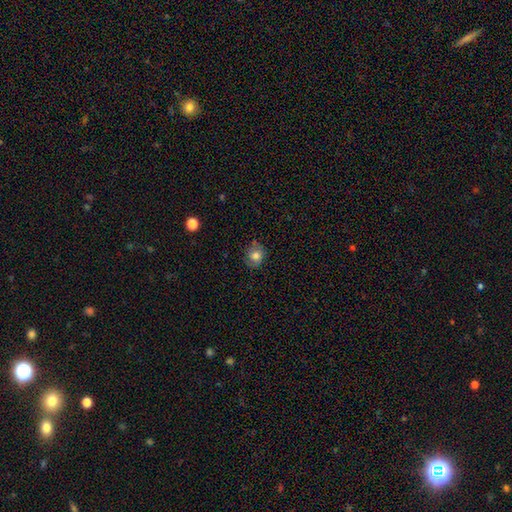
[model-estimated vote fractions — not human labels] Smooth or featured? smooth (73%)
How rounded? round (63%)
Merging? none (75%)